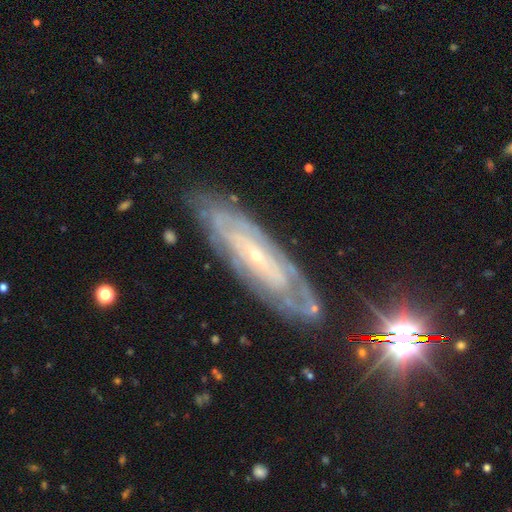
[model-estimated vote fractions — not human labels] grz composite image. It shows a featured or disk galaxy (82%) with no bar (63%), tight (77%) spiral arms (88%) and a small central bulge (85%). Merging: none (79%).